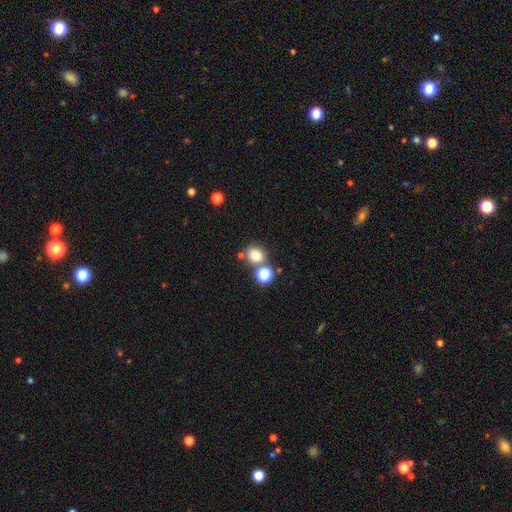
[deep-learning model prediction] smooth-or-featured: smooth: 79% | star or artifact: 15% | featured or disk: 7%
  how-rounded: round: 66% | in between: 33% | cigar-shaped: 1%
  merging: none: 62% | merger: 23% | minor disturbance: 10% | major disturbance: 4%